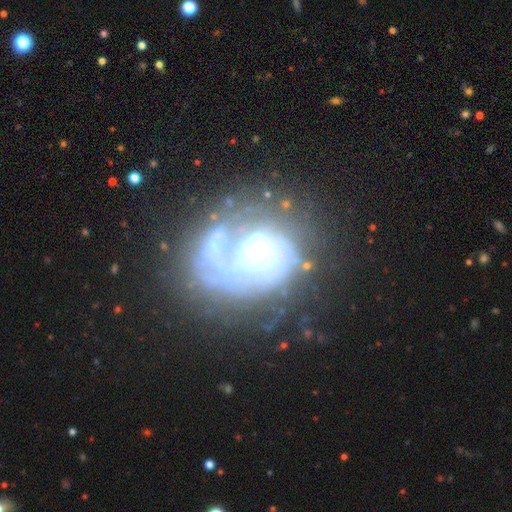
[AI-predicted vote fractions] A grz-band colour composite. It shows a featured or disk galaxy (78%) with no bar (71%), 1 (33%) tight (58%) spiral arms (77%) and a moderate central bulge (37%). Merging: none (52%).